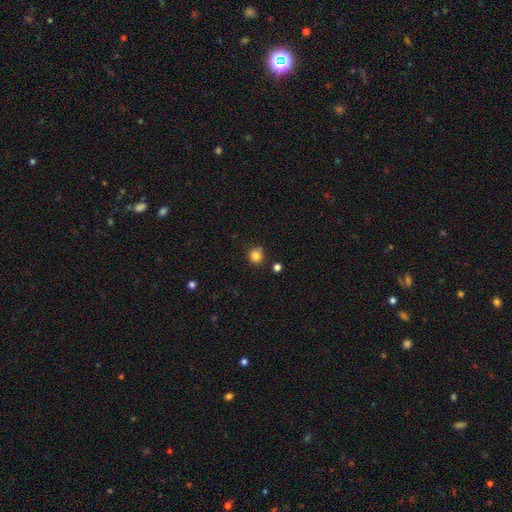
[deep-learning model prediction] This is clearly a smooth galaxy (83%). How rounded: clearly round (89%). Merging: likely none (76%).